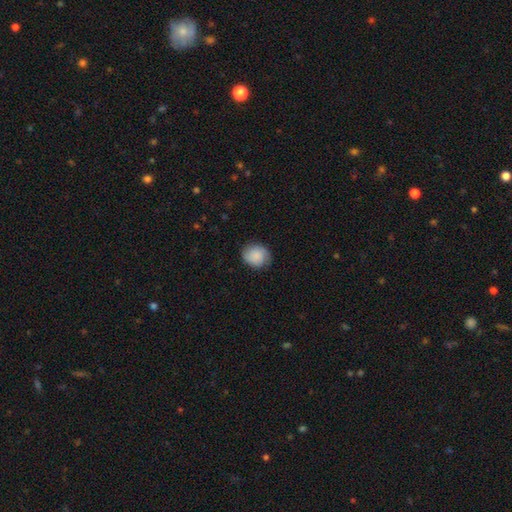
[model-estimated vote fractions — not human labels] smooth_or_featured: smooth (p=0.83) [alt: featured or disk p=0.10]
how_rounded: round (p=0.70) [alt: in between p=0.29]
merging: none (p=0.77) [alt: minor disturbance p=0.18]